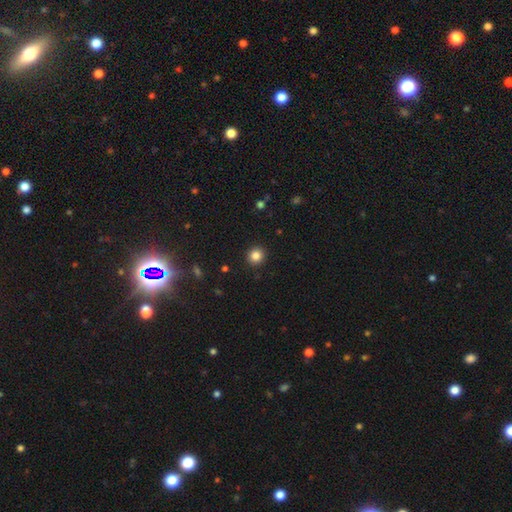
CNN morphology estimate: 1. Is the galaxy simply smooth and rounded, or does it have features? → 84% smooth, 12% star or artifact, 4% featured or disk.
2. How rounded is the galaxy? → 92% round, 7% in between, 1% cigar-shaped.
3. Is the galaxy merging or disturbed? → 92% none, 5% minor disturbance, 2% major disturbance, 1% merger.